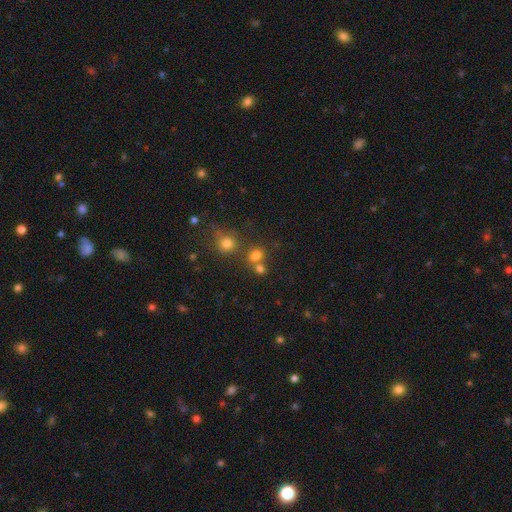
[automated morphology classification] smooth_or_featured: smooth (p=0.74) [alt: star or artifact p=0.18]
how_rounded: round (p=0.75) [alt: in between p=0.24]
merging: none (p=0.55) [alt: merger p=0.32]